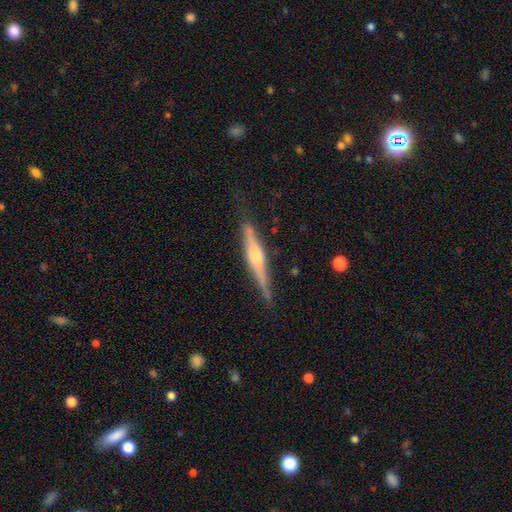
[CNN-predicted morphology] smooth-or-featured: featured or disk: 77% | smooth: 17% | star or artifact: 6%
  disk-edge-on: yes: 97% | no: 3%
    edge-on-bulge: rounded: 81% | boxy: 12% | none: 7%
  merging: none: 83% | minor disturbance: 13% | major disturbance: 3% | merger: 2%